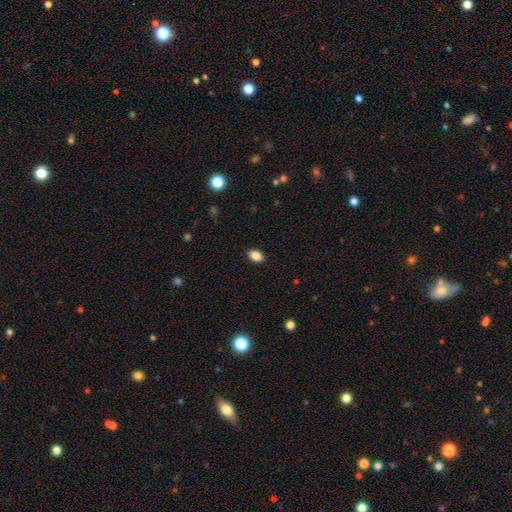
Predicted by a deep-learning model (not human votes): This appears to be a smooth galaxy with no disk features (87%) that is in between round and cigar-shaped (86%). Merging: none (89%).